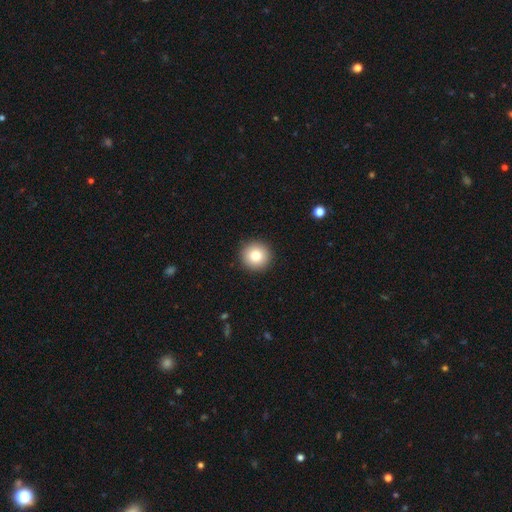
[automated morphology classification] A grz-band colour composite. It shows a smooth galaxy with no disk features (80%) that is round (96%). Merging: none (93%).